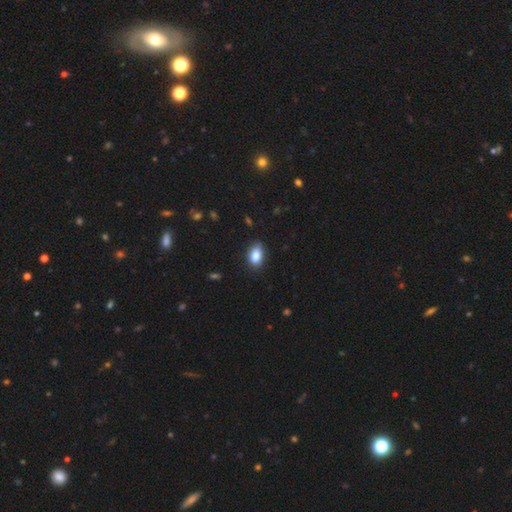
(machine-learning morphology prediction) Overall: smooth (85%). How rounded: in between (89%). Merging: none (80%).